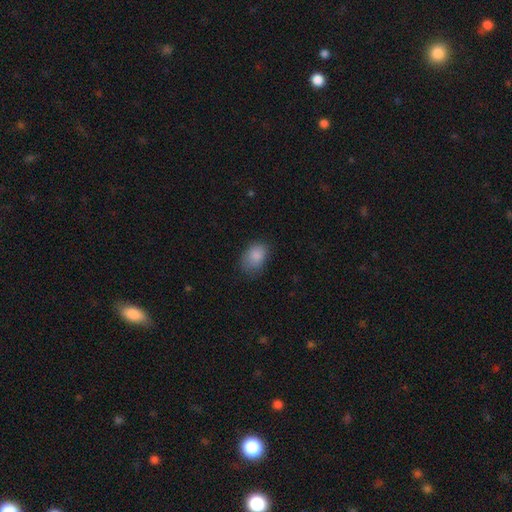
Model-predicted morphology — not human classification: Smooth or featured? Predicted: smooth (p=0.86). How rounded? Predicted: in between (p=0.78). Merging? Predicted: none (p=0.68).